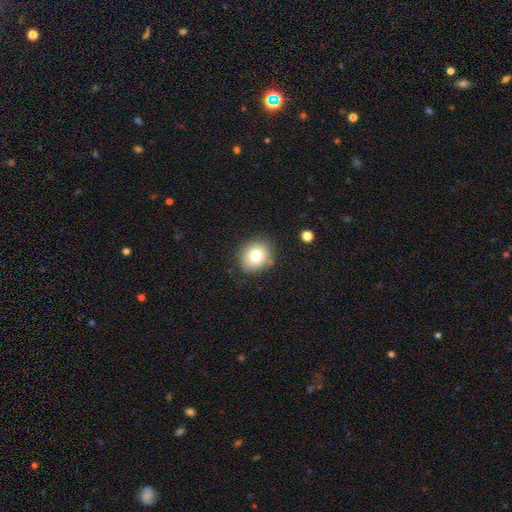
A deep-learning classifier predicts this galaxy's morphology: A smooth galaxy with no disk features (77%) that is round (69%).

Vote fractions:
- Smooth or featured? smooth: 77% / featured or disk: 12% / star or artifact: 11%
- How rounded? round: 69% / in between: 30% / cigar-shaped: 1%
- Merging? none: 82% / minor disturbance: 12% / major disturbance: 3% / merger: 2%